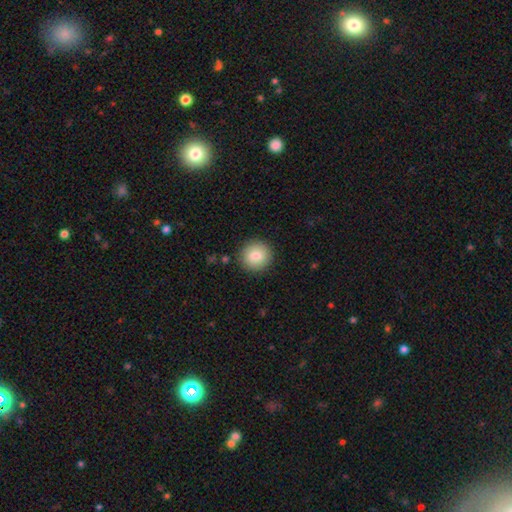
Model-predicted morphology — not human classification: Overall: smooth (85%). How rounded: round (94%). Merging: none (90%).